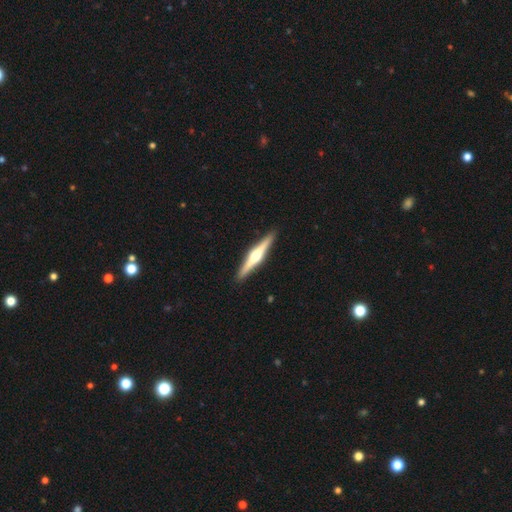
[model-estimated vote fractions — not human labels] This is likely a featured or disk galaxy (77%). It is clearly viewed edge-on (98%). Edge-on bulge: clearly rounded (94%). Merging: clearly none (92%).